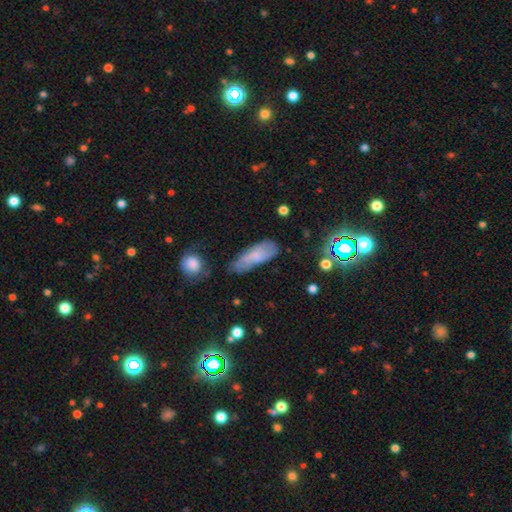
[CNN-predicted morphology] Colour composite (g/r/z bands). It shows a smooth galaxy with no disk features (63%) that is in between round and cigar-shaped (66%). Merging: none (58%).